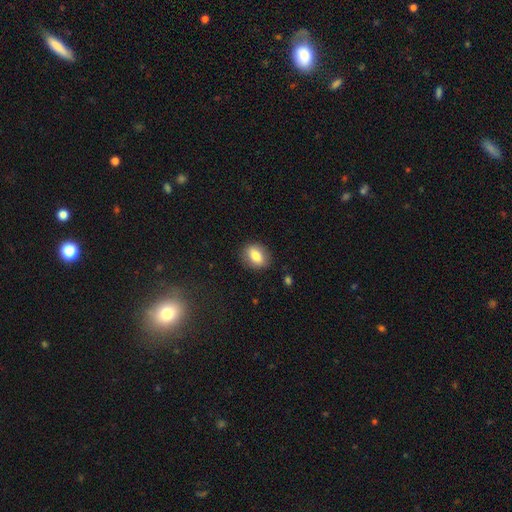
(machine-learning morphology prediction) This appears to be a smooth galaxy with no disk features (80%) that is in between round and cigar-shaped (64%). Merging: none (85%).